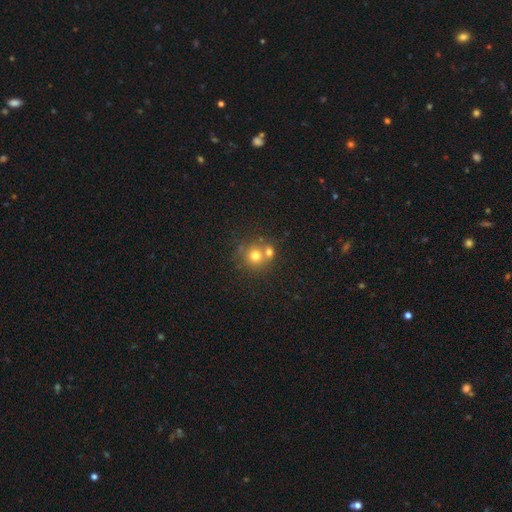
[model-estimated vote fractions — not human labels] Morphology: type=smooth (70%); roundness=round (88%); merging=none (49%).